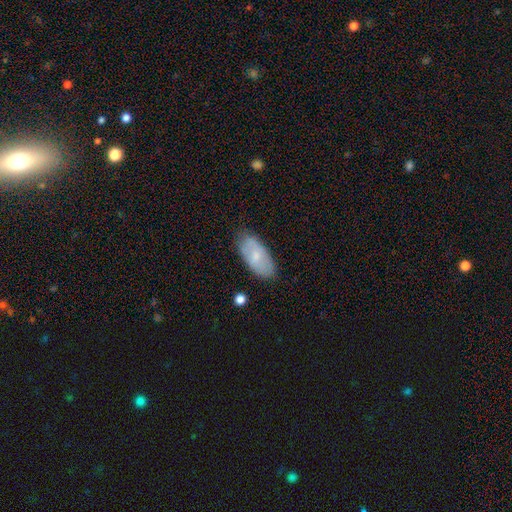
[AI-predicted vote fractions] Overall: smooth (66%; featured or disk 28%). How rounded: in between (92%). Merging: none (77%).